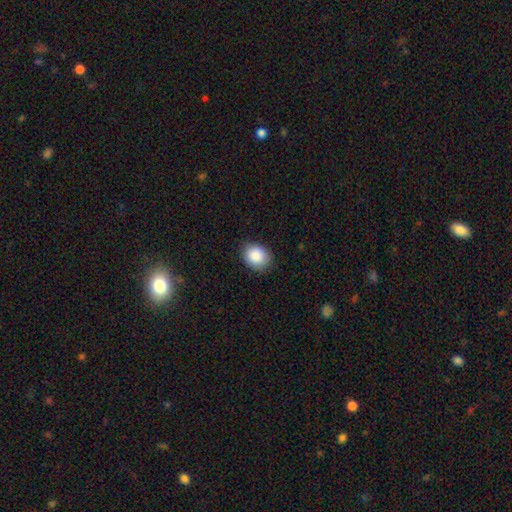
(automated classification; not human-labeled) Smooth or featured: smooth — 88% (star or artifact — 8%)
How rounded: round — 58% (in between — 41%)
Merging: none — 82% (minor disturbance — 14%)